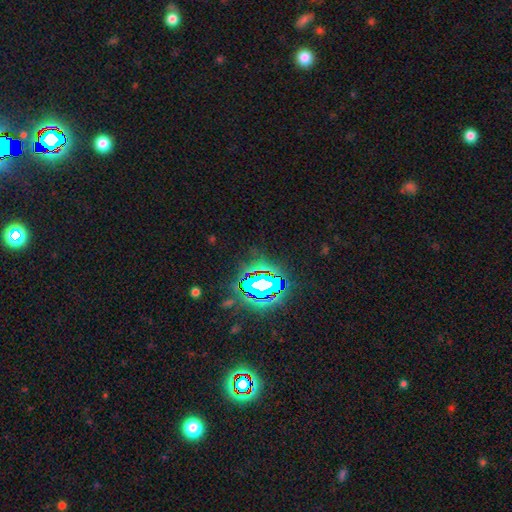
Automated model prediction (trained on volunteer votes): The model was most divided on "smooth or featured": star or artifact: 82%, smooth: 10%, featured or disk: 7%.